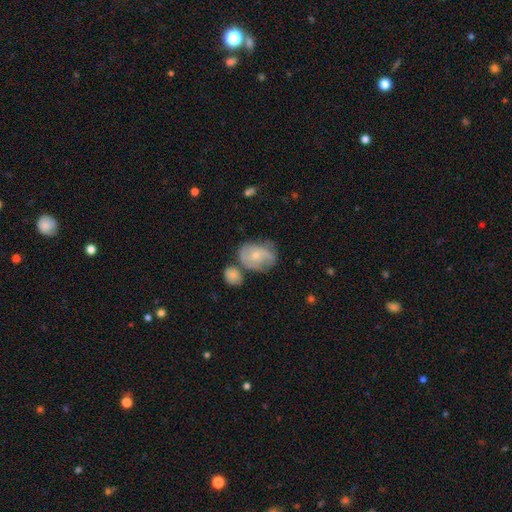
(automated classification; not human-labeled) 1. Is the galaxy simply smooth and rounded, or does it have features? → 48% featured or disk, 45% smooth, 7% star or artifact.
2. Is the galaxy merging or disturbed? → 39% none, 28% minor disturbance, 18% merger, 15% major disturbance.